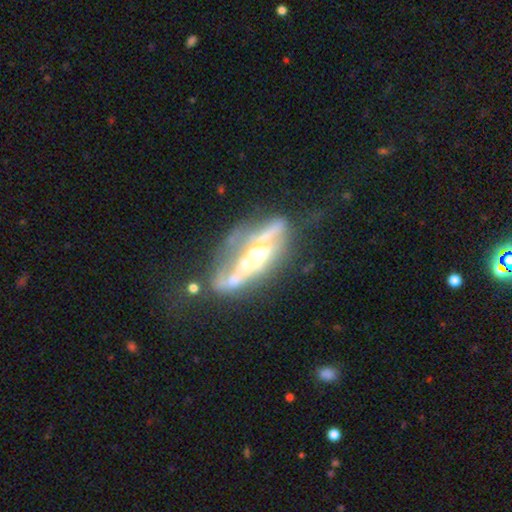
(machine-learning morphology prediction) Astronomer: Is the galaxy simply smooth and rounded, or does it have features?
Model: featured or disk — 80%.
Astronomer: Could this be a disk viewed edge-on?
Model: no — 50%, tied with yes at 50%.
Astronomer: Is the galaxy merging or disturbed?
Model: none — 37% (runner-up: major disturbance, 28%).